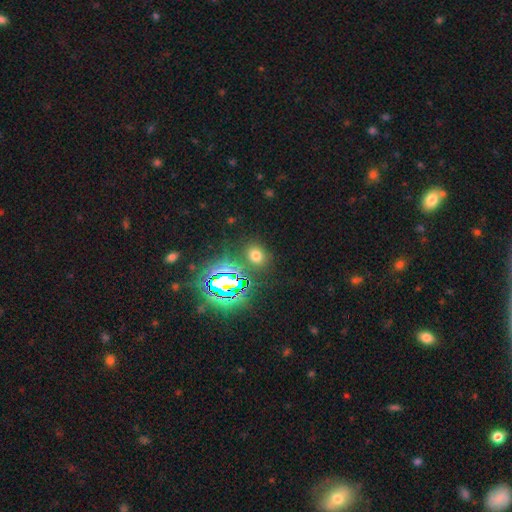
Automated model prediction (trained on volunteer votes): This appears to be a smooth galaxy with no disk features (58%) that is round (49%, tied with in between). Merging: none (82%).